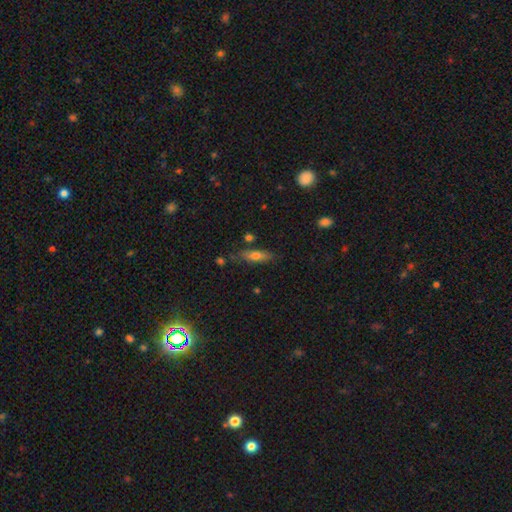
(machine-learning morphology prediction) A smooth galaxy with no disk features (66%) that is cigar-shaped (50%).

Vote fractions:
- Smooth or featured? smooth: 66% / featured or disk: 26% / star or artifact: 8%
- How rounded? cigar-shaped: 50% / in between: 47% / round: 3%
- Merging? none: 72% / minor disturbance: 18% / merger: 6% / major disturbance: 4%